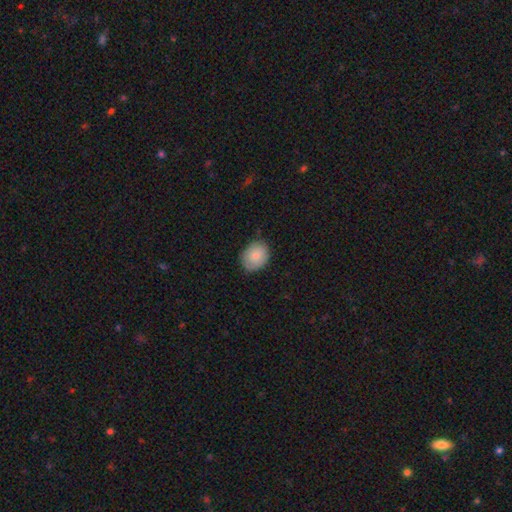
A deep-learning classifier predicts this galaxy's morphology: smooth_or_featured: smooth (p=0.81) [alt: featured or disk p=0.13]
how_rounded: in between (p=0.59) [alt: round p=0.40]
merging: none (p=0.75) [alt: minor disturbance p=0.20]